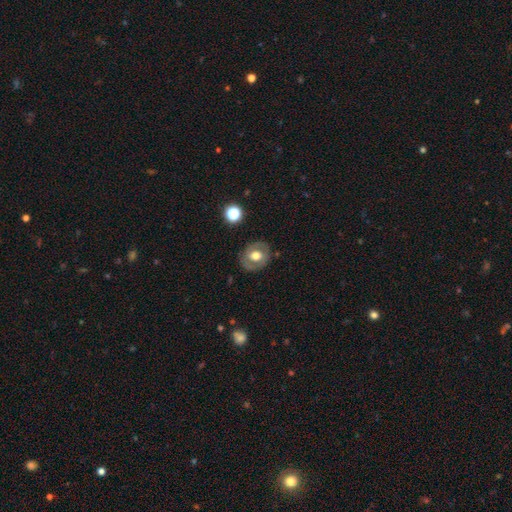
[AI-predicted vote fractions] A smooth galaxy with no disk features (48%). Merging: none (82%).